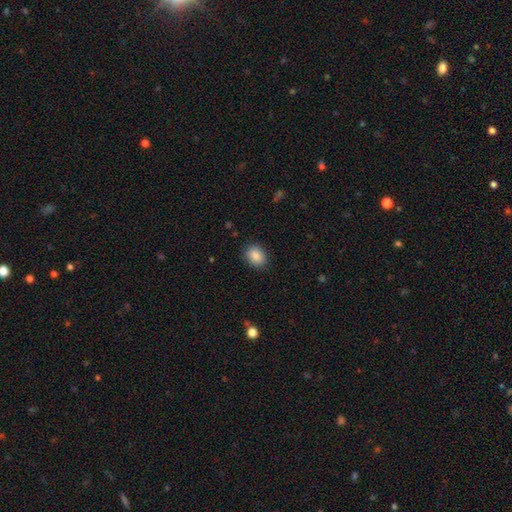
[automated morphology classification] Smooth or featured?
  - smooth: 86% *
  - star or artifact: 8%
  - featured or disk: 6%
How rounded?
  - in between: 57% *
  - round: 42%
  - cigar-shaped: 1%
Merging?
  - none: 86% *
  - minor disturbance: 10%
  - major disturbance: 3%
  - merger: 1%